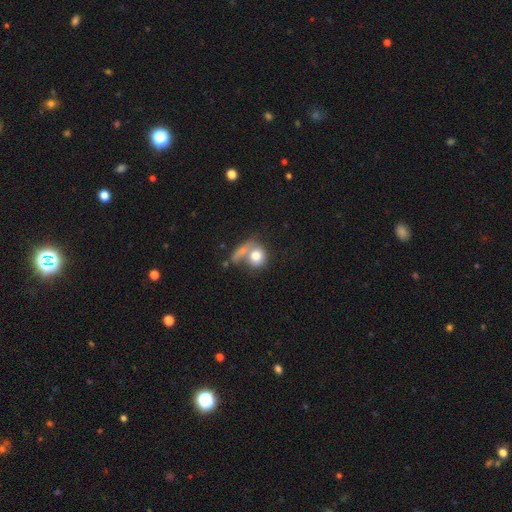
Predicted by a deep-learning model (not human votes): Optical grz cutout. It shows a smooth galaxy with no disk features (74%) that is round (68%). Merging: merger (44%).